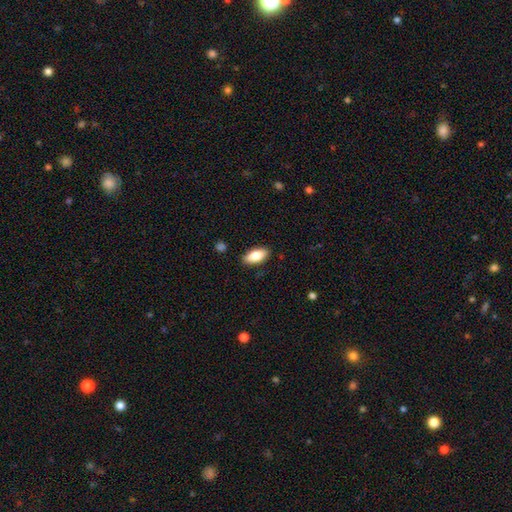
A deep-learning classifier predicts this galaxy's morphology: smooth-or-featured: smooth: 82% | featured or disk: 12% | star or artifact: 6%
  how-rounded: in between: 86% | cigar-shaped: 11% | round: 2%
  merging: none: 87% | minor disturbance: 9% | major disturbance: 2% | merger: 1%